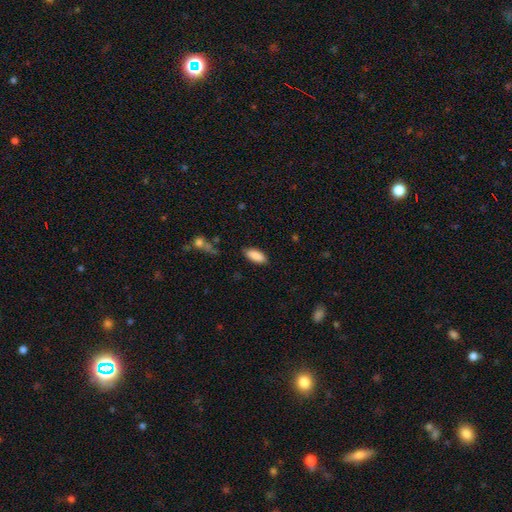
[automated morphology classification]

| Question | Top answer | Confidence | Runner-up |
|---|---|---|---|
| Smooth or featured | smooth | 88% | star or artifact (7%) |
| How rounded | in between | 83% | cigar-shaped (15%) |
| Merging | none | 86% | minor disturbance (10%) |